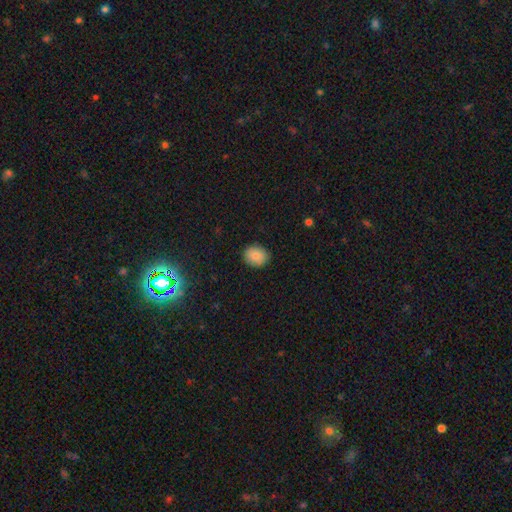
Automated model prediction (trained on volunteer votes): A smooth galaxy with no disk features (86%) that is round (58%). Merging: none (87%).